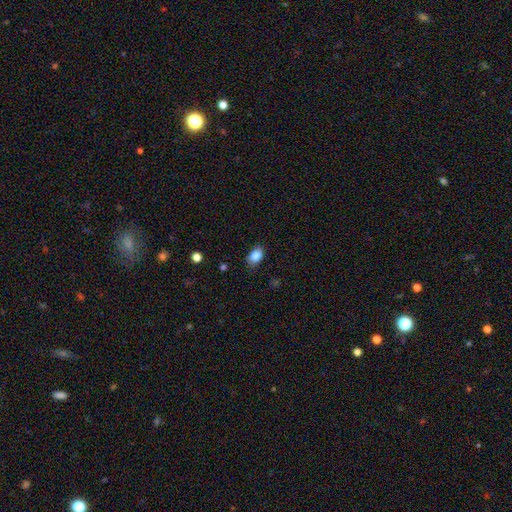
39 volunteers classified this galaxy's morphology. smooth_or_featured: smooth (p=0.85) [alt: featured or disk p=0.08]
how_rounded: in between (p=0.61) [alt: round p=0.36]
merging: none (p=0.75) [alt: minor disturbance p=0.17]